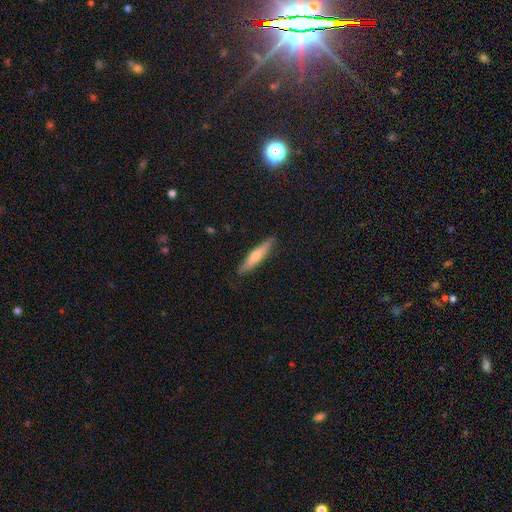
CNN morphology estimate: A smooth galaxy with no disk features (55%) that is cigar-shaped (84%).

Vote fractions:
- Smooth or featured? smooth: 55% / featured or disk: 39% / star or artifact: 6%
- How rounded? cigar-shaped: 84% / in between: 14% / round: 2%
- Merging? none: 87% / minor disturbance: 10% / major disturbance: 2% / merger: 1%